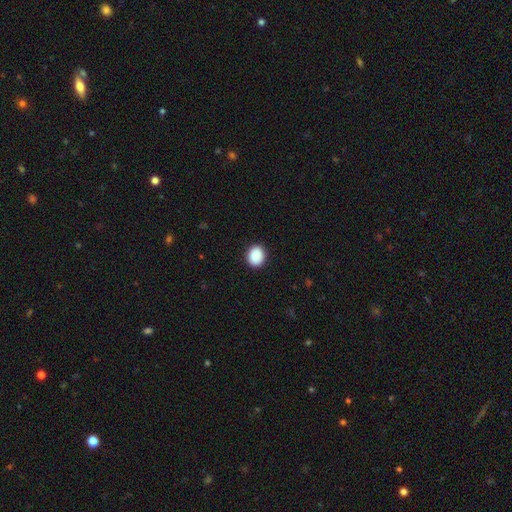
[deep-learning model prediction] Q: Smooth or featured?
A: smooth (90%); runner-up: star or artifact (7%)
Q: How rounded?
A: round (58%); runner-up: in between (41%)
Q: Merging?
A: none (91%); runner-up: minor disturbance (6%)